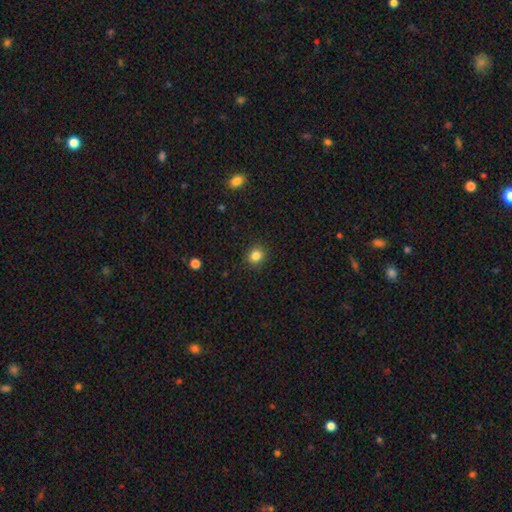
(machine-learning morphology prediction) The model was most divided on "how rounded": round: 78%, in between: 21%, cigar-shaped: 1%. More confident: merging — none (89%); smooth or featured — smooth (83%).